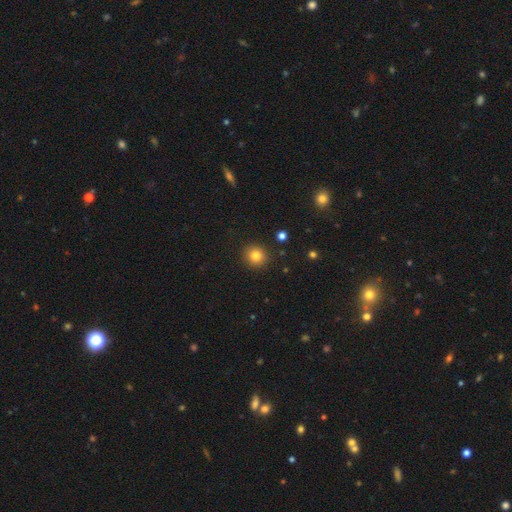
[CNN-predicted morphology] This appears to be a smooth galaxy with no disk features (82%) that is round (92%). Merging: none (91%).